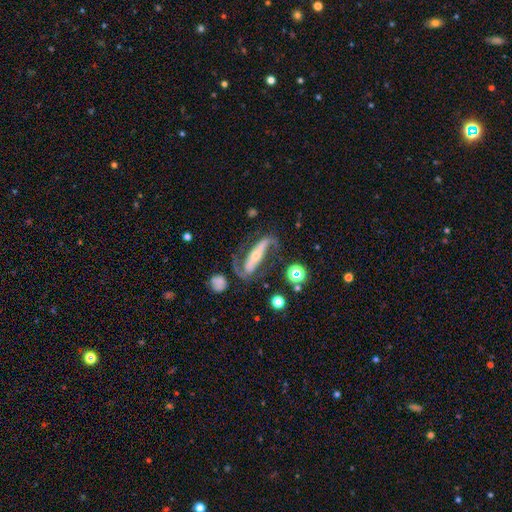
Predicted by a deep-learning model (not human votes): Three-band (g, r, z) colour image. It shows a featured or disk galaxy (81%) with a strong bar (67%), 2 (86%) loose (43%) spiral arms (88%) and a small central bulge (60%). Merging: none (61%).